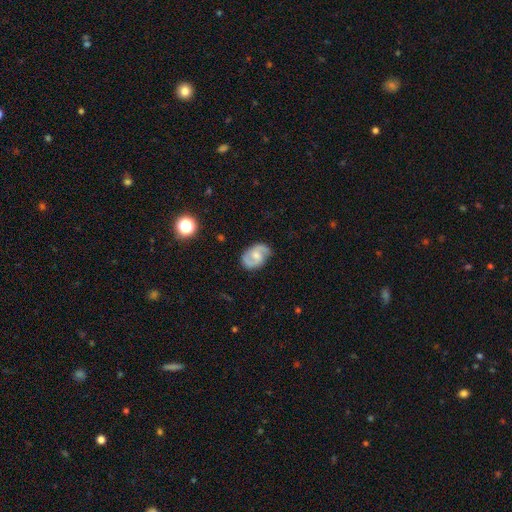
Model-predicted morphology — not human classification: Smooth or featured? Predicted: featured or disk (p=0.78). Edge-on disk? Predicted: no (p=0.98). Bar? Predicted: weak (p=0.49). Spiral arms? Predicted: yes (p=0.95). Spiral winding? Predicted: medium (p=0.54). Spiral arm count? Predicted: 2 (p=0.90). Bulge size? Predicted: moderate (p=0.45). Merging? Predicted: none (p=0.79).